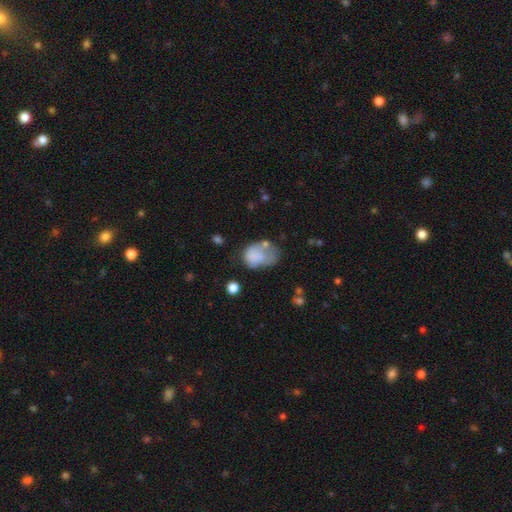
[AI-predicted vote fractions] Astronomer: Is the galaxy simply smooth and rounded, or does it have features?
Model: smooth — 71%.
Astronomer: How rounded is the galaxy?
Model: in between — 72%.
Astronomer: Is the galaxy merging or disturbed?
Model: major disturbance — 31% (runner-up: minor disturbance, 29%).